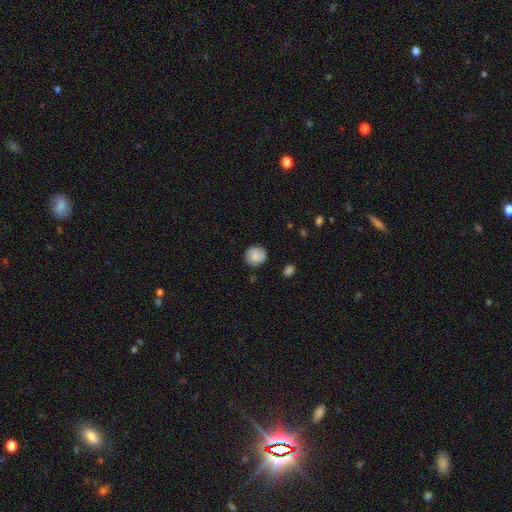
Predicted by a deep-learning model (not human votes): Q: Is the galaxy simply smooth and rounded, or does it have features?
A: smooth — 77%.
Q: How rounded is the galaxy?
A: round — 87%.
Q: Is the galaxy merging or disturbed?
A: none — 80%.